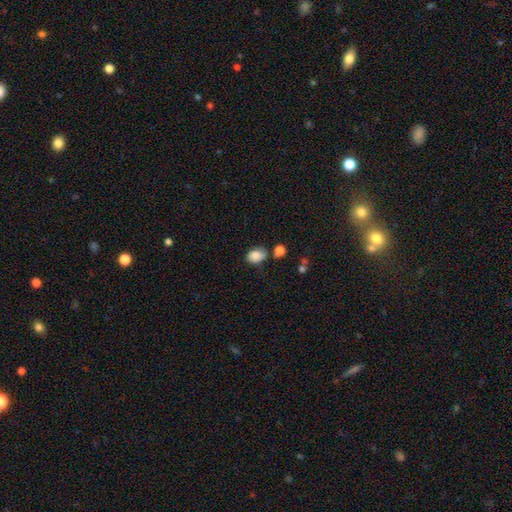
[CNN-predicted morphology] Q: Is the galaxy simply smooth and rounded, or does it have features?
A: smooth — 85%.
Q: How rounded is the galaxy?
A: in between — 78%.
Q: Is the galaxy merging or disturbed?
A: none — 65%.